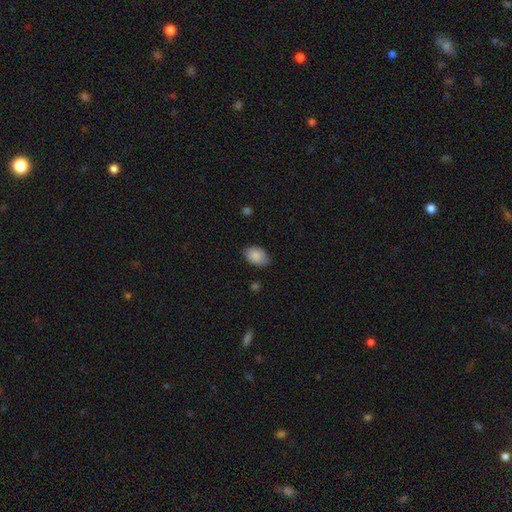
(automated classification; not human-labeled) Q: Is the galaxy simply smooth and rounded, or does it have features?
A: smooth — 88%.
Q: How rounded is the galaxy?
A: in between — 87%.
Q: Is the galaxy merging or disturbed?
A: none — 79%.